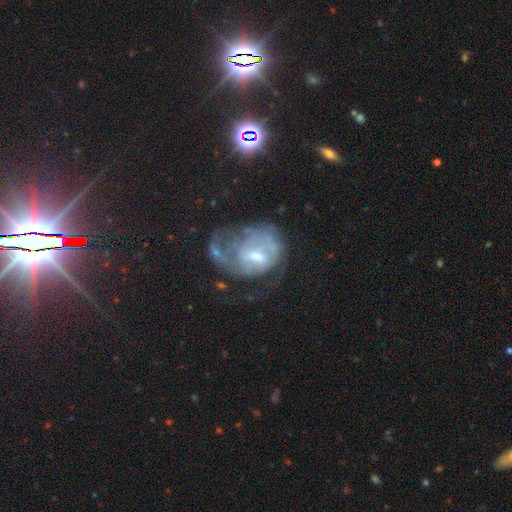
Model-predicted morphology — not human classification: Smooth or featured? Predicted: featured or disk (p=0.68). Edge-on disk? Predicted: no (p=0.97). Bar? Predicted: weak (p=0.52). Spiral arms? Predicted: yes (p=0.61). Bulge size? Predicted: moderate (p=0.44). Merging? Predicted: major disturbance (p=0.41).